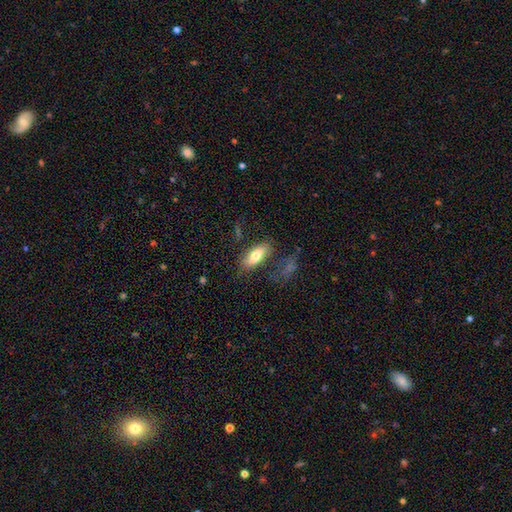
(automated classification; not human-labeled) Overall: smooth (73%). How rounded: in between (80%). Merging: none (64%).